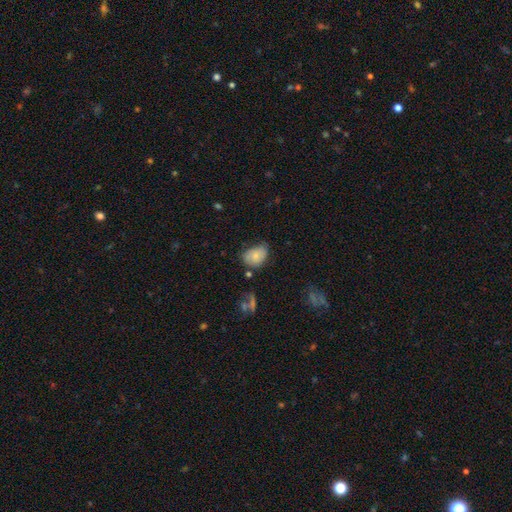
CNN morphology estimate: This is likely a smooth galaxy (66%). How rounded: likely in between (70%). Merging: possibly none (48%).